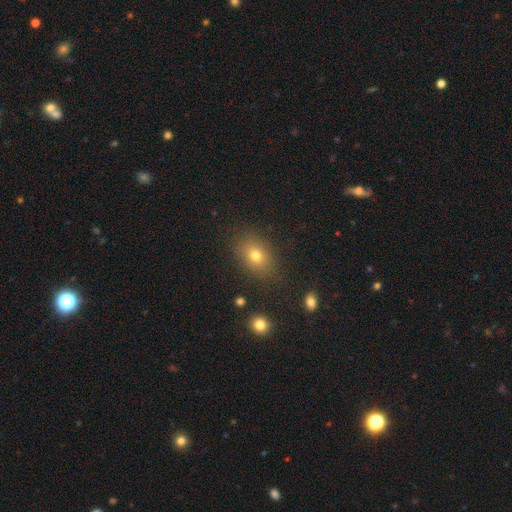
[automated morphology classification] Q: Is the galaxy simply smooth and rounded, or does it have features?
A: smooth — 73%.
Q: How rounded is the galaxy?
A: in between — 66%.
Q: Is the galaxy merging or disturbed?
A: none — 83%.